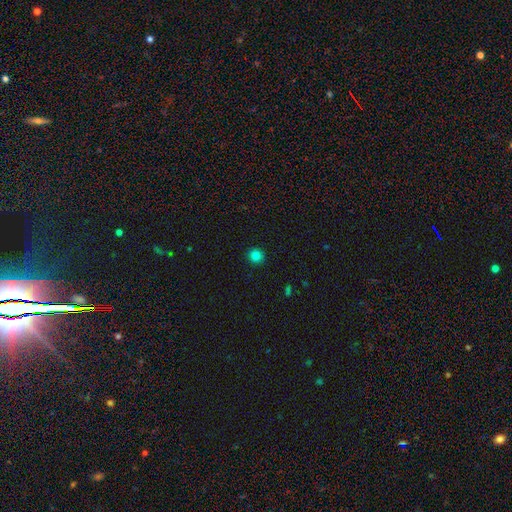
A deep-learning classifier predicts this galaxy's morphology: type=smooth (83%); roundness=round (93%); merging=none (93%).